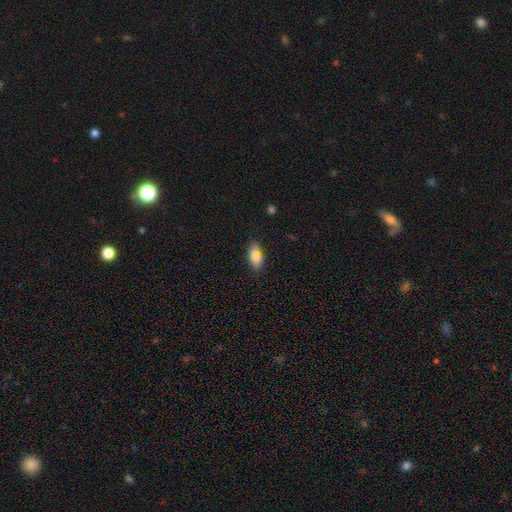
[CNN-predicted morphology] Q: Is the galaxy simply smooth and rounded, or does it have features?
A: smooth — 78%.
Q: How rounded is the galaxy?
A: in between — 87%.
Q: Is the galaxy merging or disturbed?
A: none — 76%.